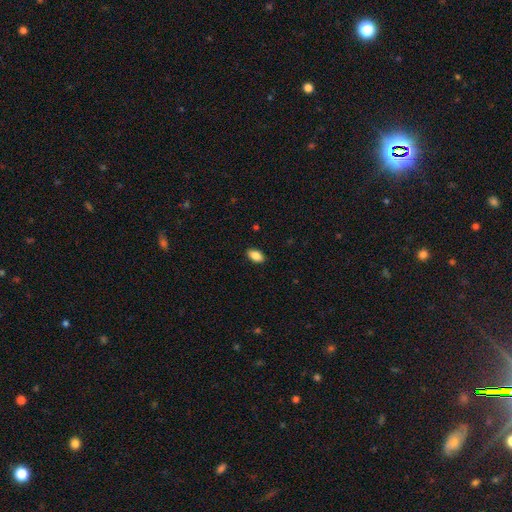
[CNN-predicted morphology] A smooth galaxy with no disk features (86%) that is in between round and cigar-shaped (91%).

Vote fractions:
- Smooth or featured? smooth: 86% / star or artifact: 8% / featured or disk: 7%
- How rounded? in between: 91% / round: 5% / cigar-shaped: 3%
- Merging? none: 89% / minor disturbance: 8% / major disturbance: 2% / merger: 1%